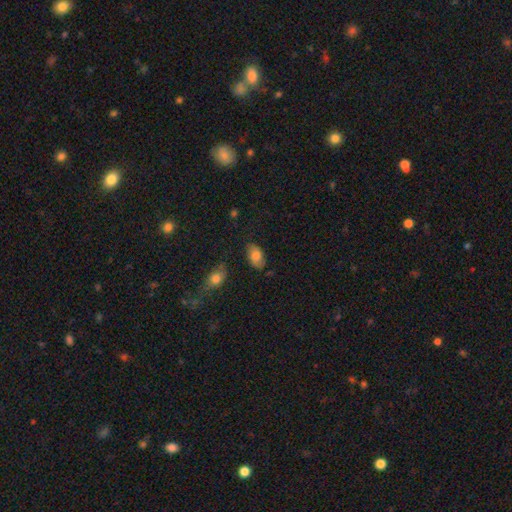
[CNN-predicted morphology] smooth_or_featured: smooth (p=0.76) [alt: featured or disk p=0.16]
how_rounded: in between (p=0.92) [alt: round p=0.07]
merging: none (p=0.77) [alt: minor disturbance p=0.17]